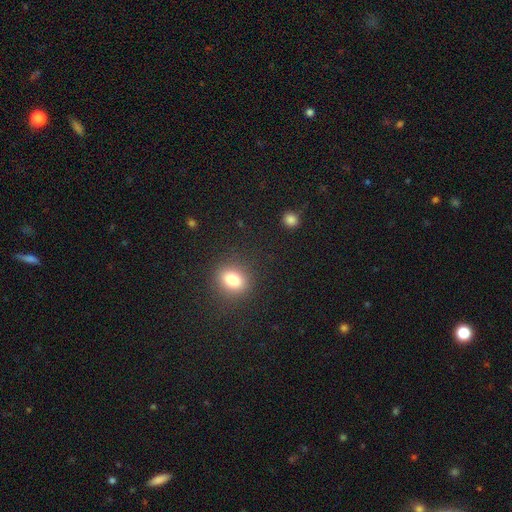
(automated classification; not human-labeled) Smooth or featured: smooth — 70% (star or artifact — 23%)
How rounded: round — 74% (in between — 24%)
Merging: none — 92% (minor disturbance — 5%)